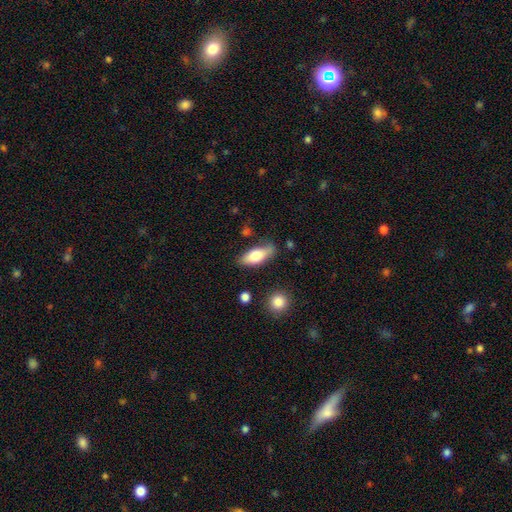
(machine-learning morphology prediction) Overall: smooth (74%). How rounded: in between (79%). Merging: none (72%).